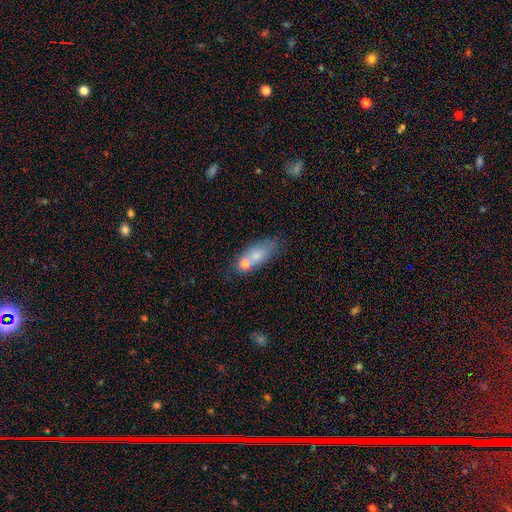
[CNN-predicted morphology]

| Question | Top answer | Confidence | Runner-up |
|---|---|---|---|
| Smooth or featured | smooth | 68% | featured or disk (22%) |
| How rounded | in between | 74% | cigar-shaped (20%) |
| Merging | none | 54% | merger (20%) |